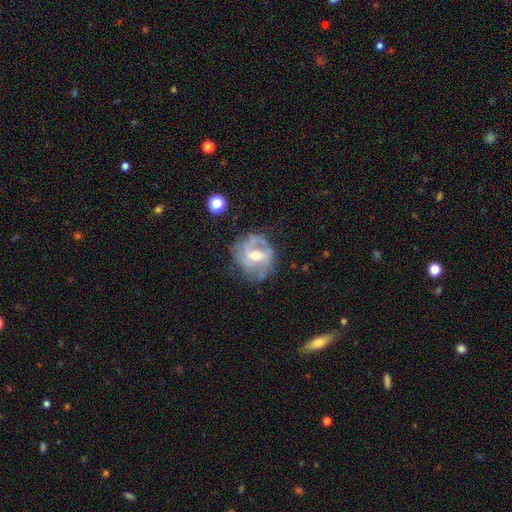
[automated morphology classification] smooth-or-featured: featured or disk: 78% | smooth: 15% | star or artifact: 7%
  disk-edge-on: no: 97% | yes: 3%
    bar: weak: 48% | no: 27% | strong: 25%
    has-spiral-arms: yes: 84% | no: 16%
      spiral-winding: medium: 44% | tight: 34% | loose: 22%
      spiral-arm-count: 2: 48% | can't tell: 24% | 3: 15% | 1: 7% | 4: 3% | more than 4: 3%
    bulge-size: moderate: 63% | small: 32% | large: 3% | none: 1% | dominant: 1%
  merging: none: 62% | minor disturbance: 22% | major disturbance: 13% | merger: 2%